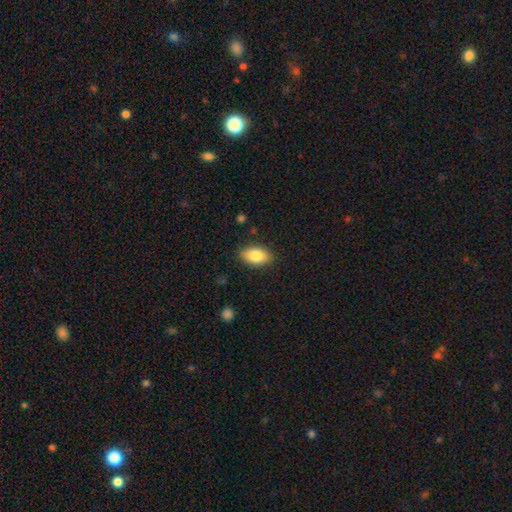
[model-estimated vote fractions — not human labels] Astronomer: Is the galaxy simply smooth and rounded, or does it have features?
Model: smooth — 82%.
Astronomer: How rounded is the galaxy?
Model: in between — 91%.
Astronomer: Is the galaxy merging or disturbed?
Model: none — 87%.